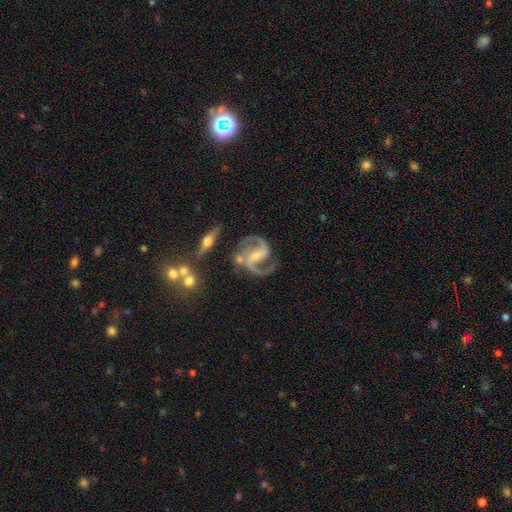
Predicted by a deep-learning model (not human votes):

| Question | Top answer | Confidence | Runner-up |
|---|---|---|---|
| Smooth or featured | featured or disk | 92% | star or artifact (4%) |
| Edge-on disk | no | 97% | yes (3%) |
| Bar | strong | 38% | tied: weak (38%) |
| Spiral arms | yes | 98% | no (2%) |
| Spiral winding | medium | 62% | loose (21%) |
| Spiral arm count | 2 | 89% | 3 (4%) |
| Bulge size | small | 59% | moderate (34%) |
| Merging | none | 65% | minor disturbance (18%) |